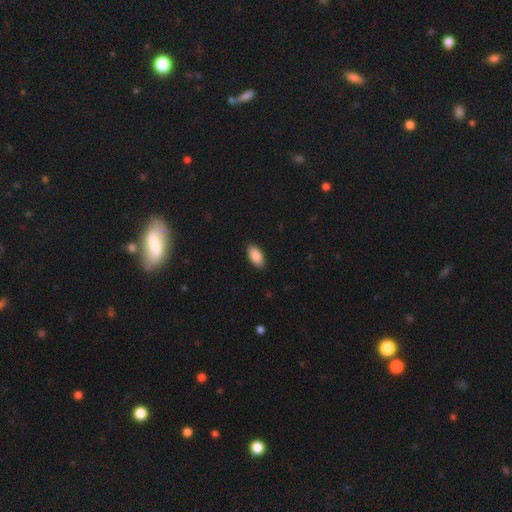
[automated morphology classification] Smooth or featured?
  - smooth: 89% *
  - star or artifact: 6%
  - featured or disk: 5%
How rounded?
  - in between: 95% *
  - cigar-shaped: 3%
  - round: 3%
Merging?
  - none: 89% *
  - minor disturbance: 8%
  - major disturbance: 2%
  - merger: 1%